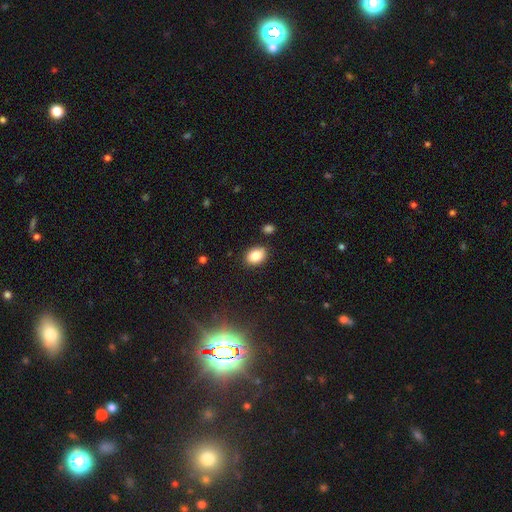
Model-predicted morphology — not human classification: Smooth or featured: smooth — 85% (star or artifact — 9%)
How rounded: in between — 77% (round — 22%)
Merging: none — 86% (minor disturbance — 10%)